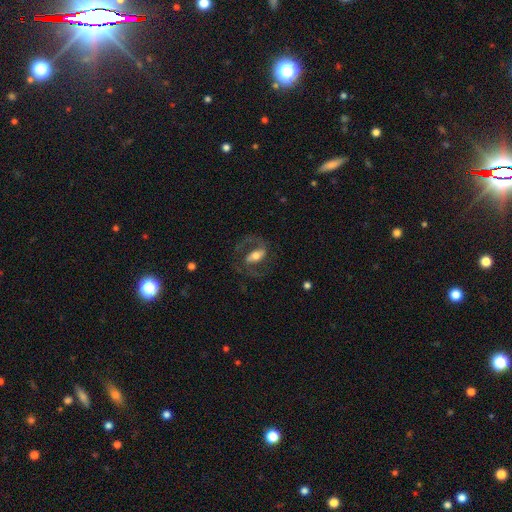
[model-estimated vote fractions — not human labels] Overall: featured or disk (77%). Edge-on disk: no (95%). Bar: strong (45%; weak 35%). Spiral arms: yes (88%). Spiral arm count: 2 (83%). Spiral winding: medium (57%; loose 25%). Bulge size: moderate (62%). Merging: none (64%).